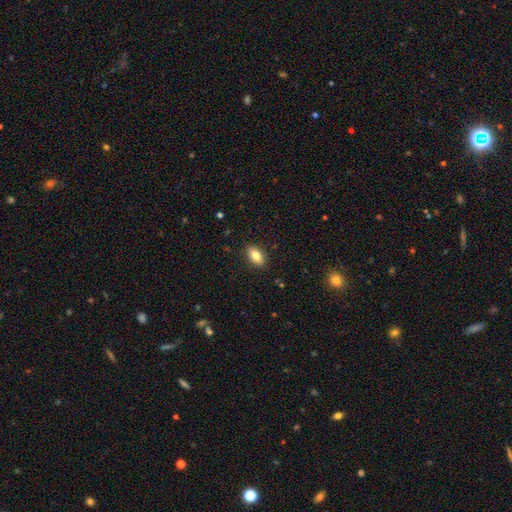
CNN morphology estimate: Smooth or featured: smooth — 80% (featured or disk — 12%)
How rounded: in between — 89% (round — 6%)
Merging: none — 88% (minor disturbance — 9%)